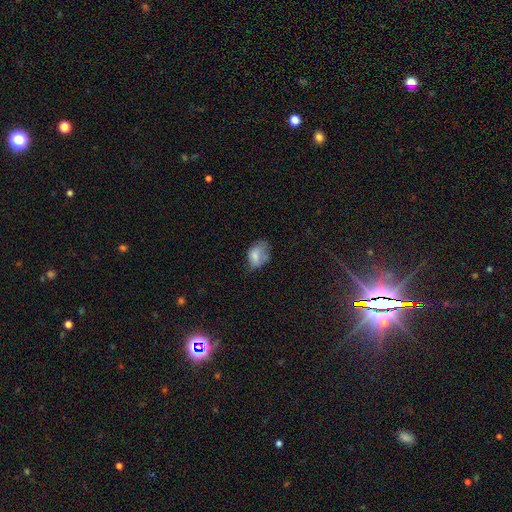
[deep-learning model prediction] A smooth galaxy with no disk features (74%) that is in between round and cigar-shaped (80%). Merging: minor disturbance (37%, tied with none).